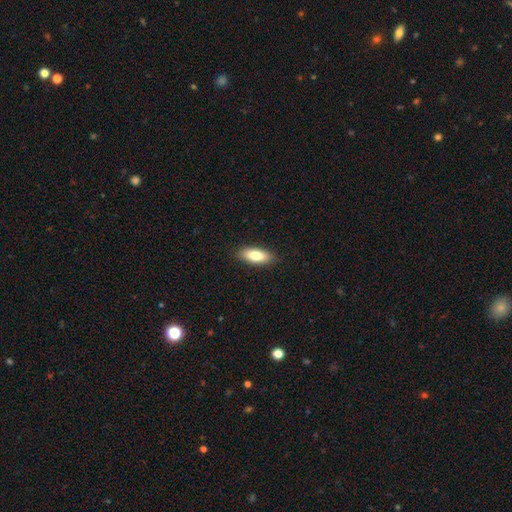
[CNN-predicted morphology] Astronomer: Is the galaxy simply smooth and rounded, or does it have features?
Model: smooth — 78%.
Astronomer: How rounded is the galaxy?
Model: in between — 75%.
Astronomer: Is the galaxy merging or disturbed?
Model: none — 88%.